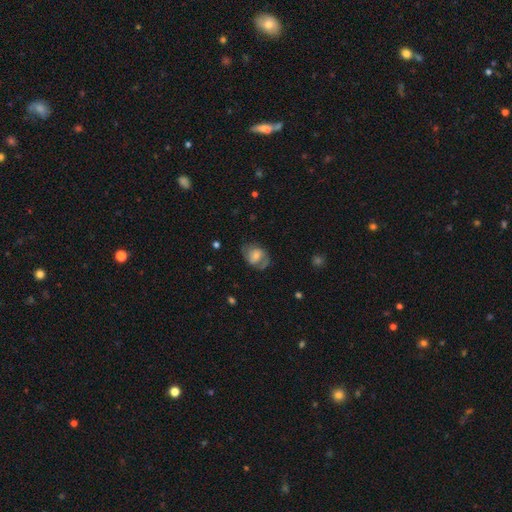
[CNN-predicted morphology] This is possibly a featured or disk galaxy (54%). It is clearly not viewed edge-on (96%). Bar: marginally weak (44%). Spiral arm pattern: likely yes (79%). Central bulge: marginally moderate (42%). Merging: likely none (62%).